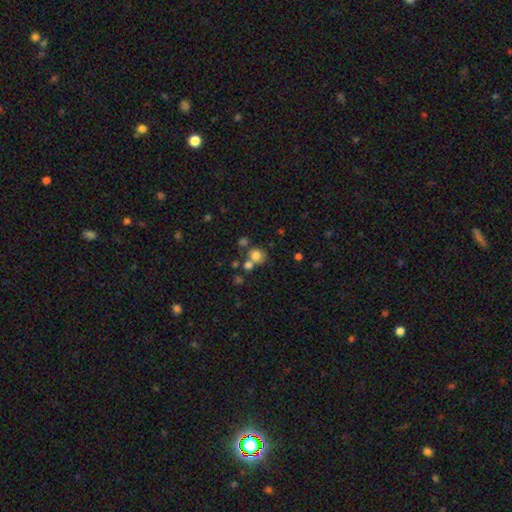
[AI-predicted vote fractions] Smooth or featured? smooth (76%)
How rounded? round (78%)
Merging? none (52%)